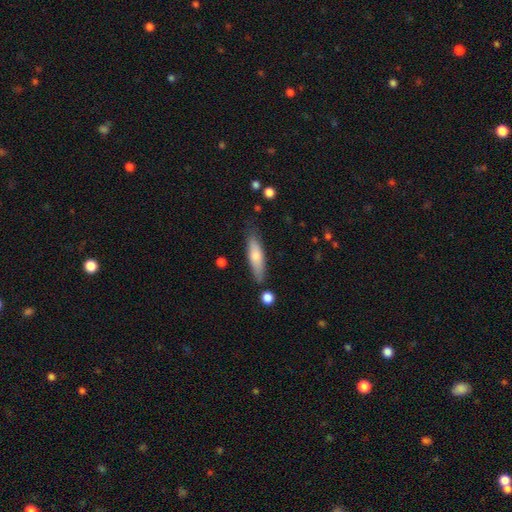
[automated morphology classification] Smooth or featured? Predicted: smooth (p=0.72). How rounded? Predicted: cigar-shaped (p=0.63). Merging? Predicted: none (p=0.75).